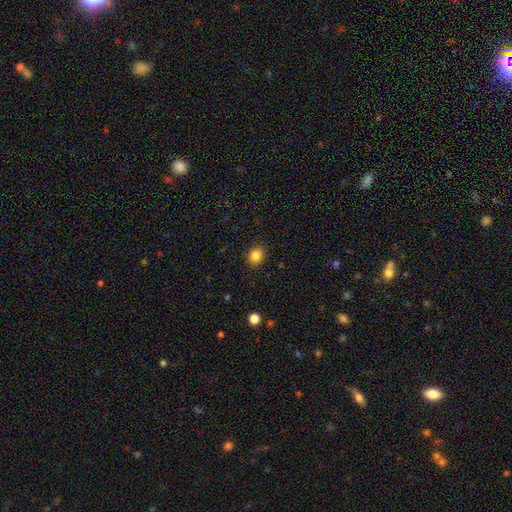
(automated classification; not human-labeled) Smooth or featured? Predicted: smooth (p=0.85). How rounded? Predicted: round (p=0.65). Merging? Predicted: none (p=0.88).